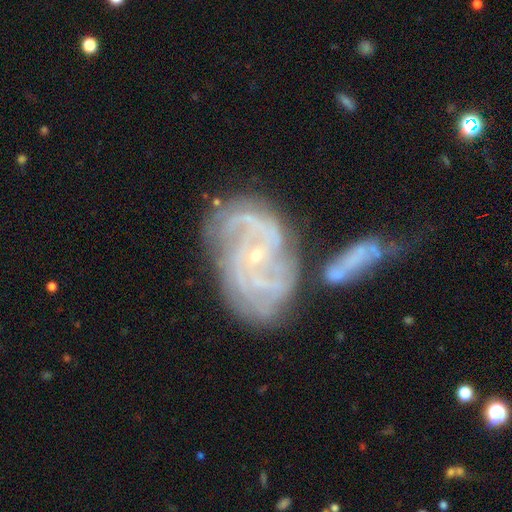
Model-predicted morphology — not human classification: The model was most divided on "merging": none: 37%, merger: 34%, minor disturbance: 18%, major disturbance: 11%. Remaining: edge-on disk — no (97%); spiral arms — yes (96%); smooth or featured — featured or disk (88%); bulge size — small (84%); bar — no (60%); spiral winding — tight (59%); spiral arm count — can't tell (27%).